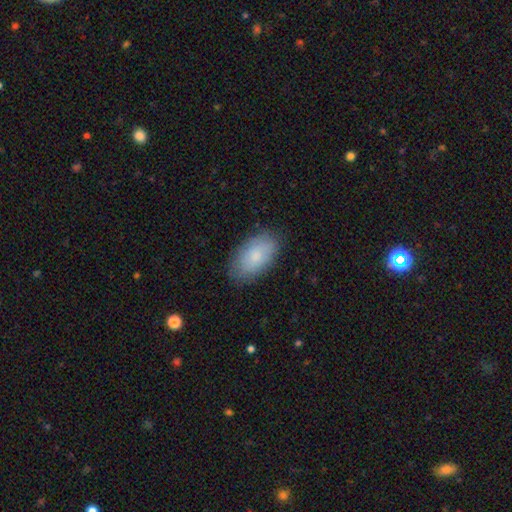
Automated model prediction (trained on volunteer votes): Morphology: type=smooth (81%); roundness=in between (94%); merging=none (82%).